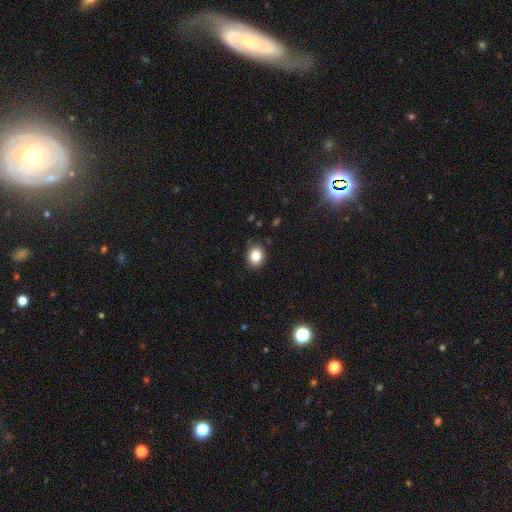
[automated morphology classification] Overall: smooth (85%). How rounded: round (57%; in between 42%). Merging: none (85%).